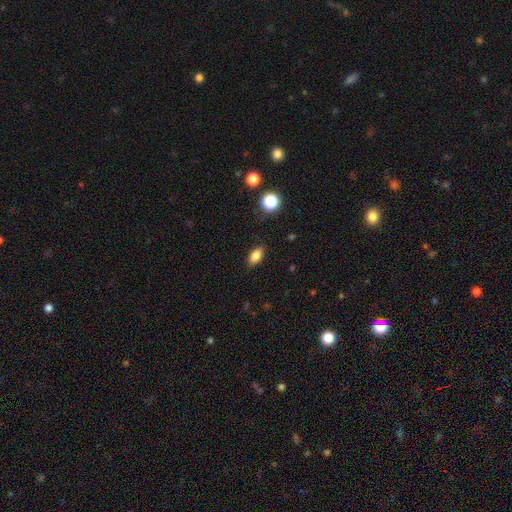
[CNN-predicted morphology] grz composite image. It shows a smooth galaxy with no disk features (84%) that is in between round and cigar-shaped (89%). Merging: none (87%).